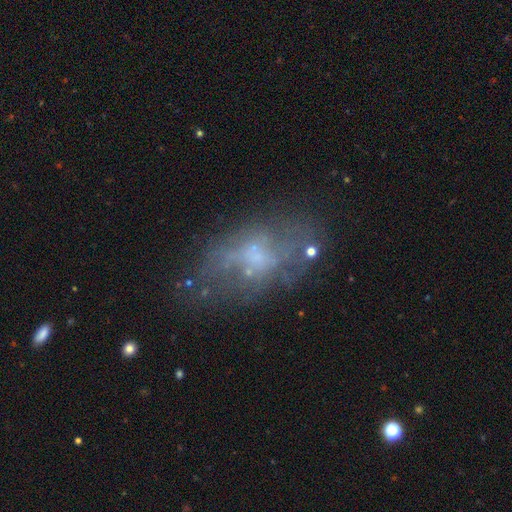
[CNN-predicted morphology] Overall: featured or disk (55%; smooth 30%). Edge-on disk: no (93%). Bar: no (81%). Spiral arms: no (83%). Bulge size: none (49%; small 35%). Merging: none (50%; major disturbance 22%).